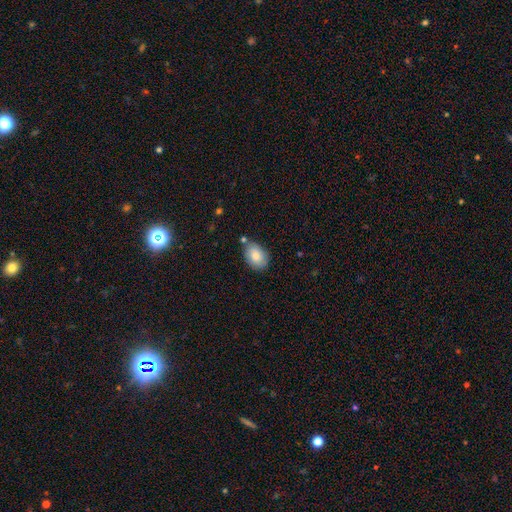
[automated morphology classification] This appears to be a smooth galaxy with no disk features (83%) that is in between round and cigar-shaped (81%). Merging: none (73%).